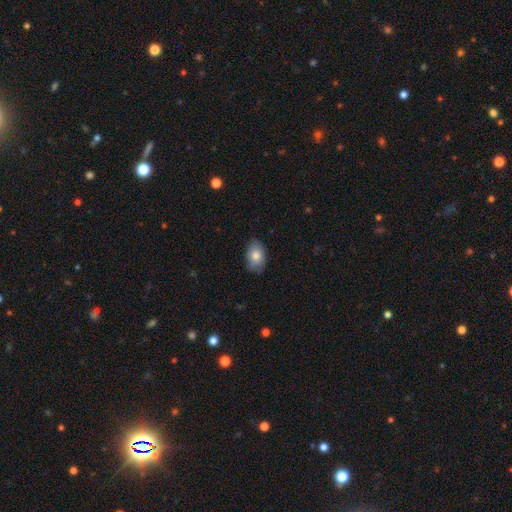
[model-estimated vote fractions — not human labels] Smooth or featured? smooth (79%)
How rounded? in between (87%)
Merging? none (78%)